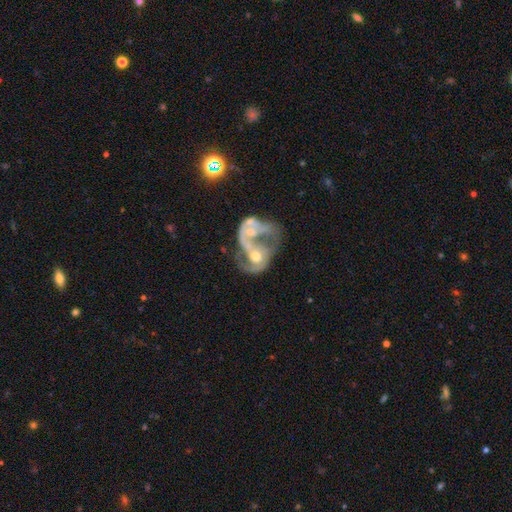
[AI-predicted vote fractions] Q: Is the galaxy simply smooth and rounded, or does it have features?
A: featured or disk — 79%.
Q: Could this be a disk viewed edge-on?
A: no — 97%.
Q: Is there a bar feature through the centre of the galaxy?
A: no — 67%.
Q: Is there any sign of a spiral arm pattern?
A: yes — 79%.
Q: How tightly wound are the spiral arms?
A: loose — 43%.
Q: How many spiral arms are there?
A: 2 — 59%.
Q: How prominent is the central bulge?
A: moderate — 62%.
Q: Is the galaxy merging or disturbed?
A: merger — 66%.